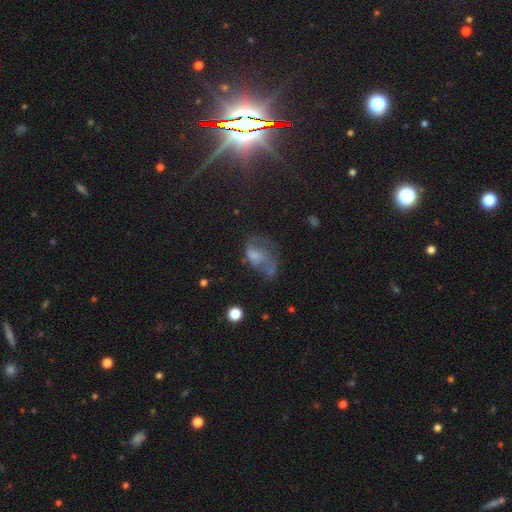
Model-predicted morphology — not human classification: Overall: featured or disk (45%; smooth 41%). Merging: major disturbance (43%; none 25%).